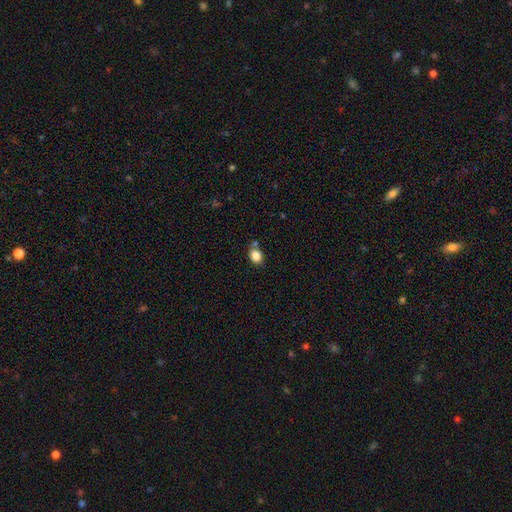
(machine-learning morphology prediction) Smooth or featured? smooth (84%)
How rounded? in between (56%)
Merging? none (67%)